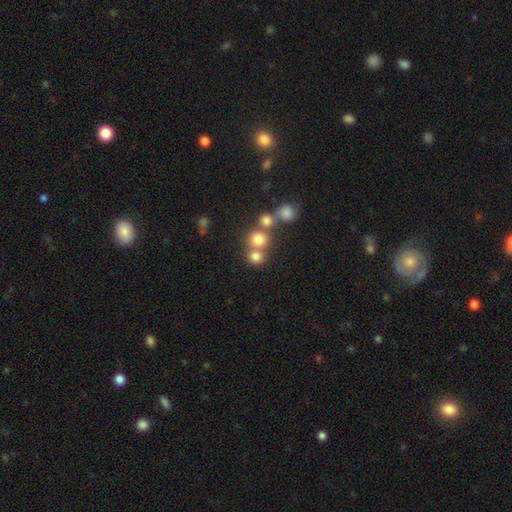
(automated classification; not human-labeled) smooth-or-featured: smooth: 76% | star or artifact: 14% | featured or disk: 10%
  how-rounded: round: 85% | in between: 14% | cigar-shaped: 1%
  merging: none: 52% | merger: 37% | minor disturbance: 7% | major disturbance: 4%